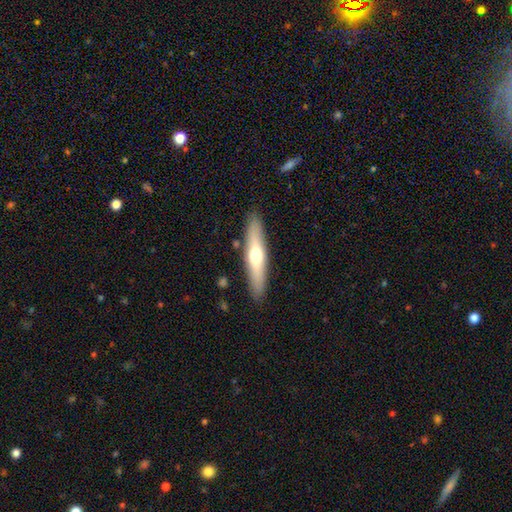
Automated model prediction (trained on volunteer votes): smooth 50%, featured or disk 45%, star or artifact 5%. Down the decision tree: merging — none (88%).